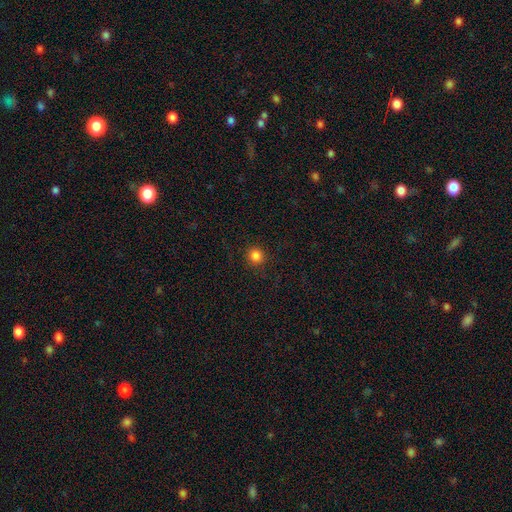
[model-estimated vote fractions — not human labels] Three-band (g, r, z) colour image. It shows a smooth galaxy with no disk features (84%) that is round (91%). Merging: none (89%).